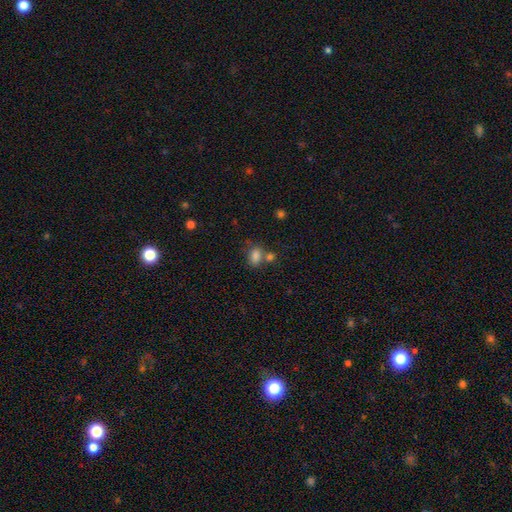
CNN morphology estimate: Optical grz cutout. It shows a smooth galaxy with no disk features (82%) that is in between round and cigar-shaped (78%). Merging: none (48%).